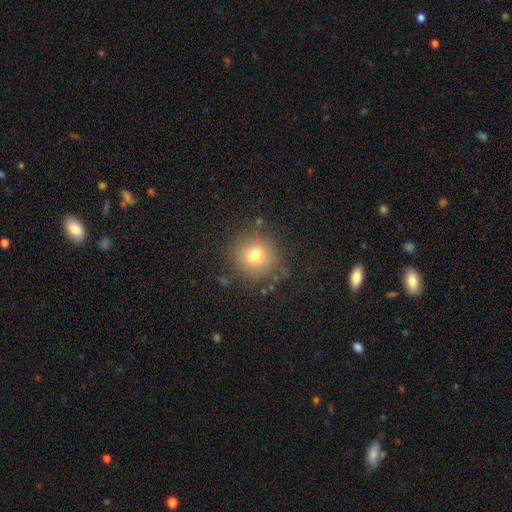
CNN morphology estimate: smooth_or_featured: smooth (p=0.74) [alt: star or artifact p=0.14]
how_rounded: round (p=0.93) [alt: in between p=0.06]
merging: none (p=0.84) [alt: minor disturbance p=0.10]